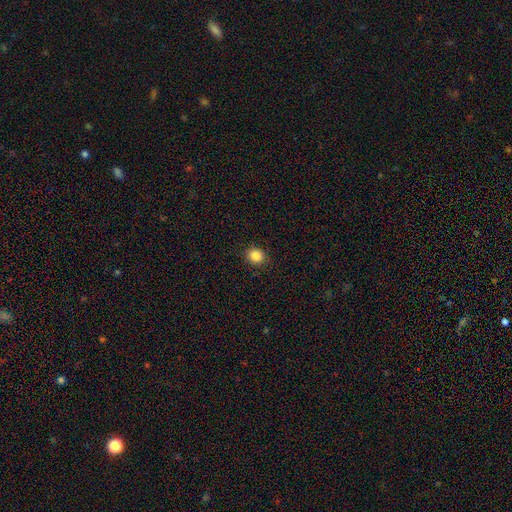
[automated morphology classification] smooth 86%, star or artifact 10%, featured or disk 4%. Down the decision tree: how rounded — round (74%); merging — none (90%).